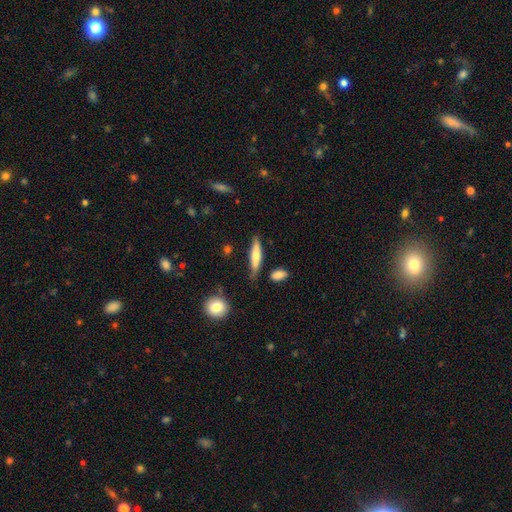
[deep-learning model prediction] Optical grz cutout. It shows a smooth galaxy with no disk features (58%) that is cigar-shaped (75%). Merging: none (74%).